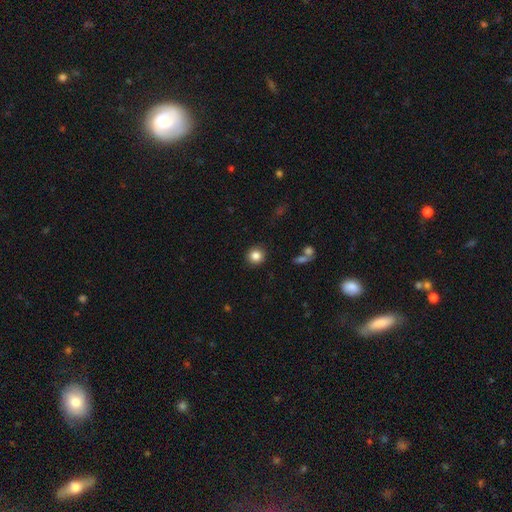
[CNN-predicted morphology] Smooth or featured? Predicted: smooth (p=0.84). How rounded? Predicted: round (p=0.91). Merging? Predicted: none (p=0.90).